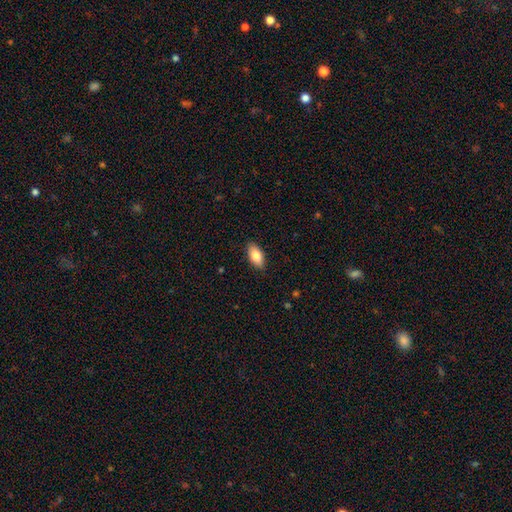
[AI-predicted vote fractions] This appears to be a smooth galaxy with no disk features (82%) that is in between round and cigar-shaped (90%). Merging: none (88%).